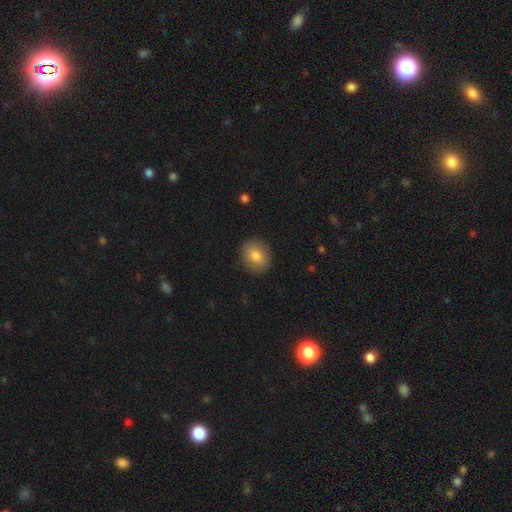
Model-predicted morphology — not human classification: Q: Smooth or featured?
A: smooth (79%); runner-up: featured or disk (13%)
Q: How rounded?
A: round (58%); runner-up: in between (41%)
Q: Merging?
A: none (88%); runner-up: minor disturbance (9%)